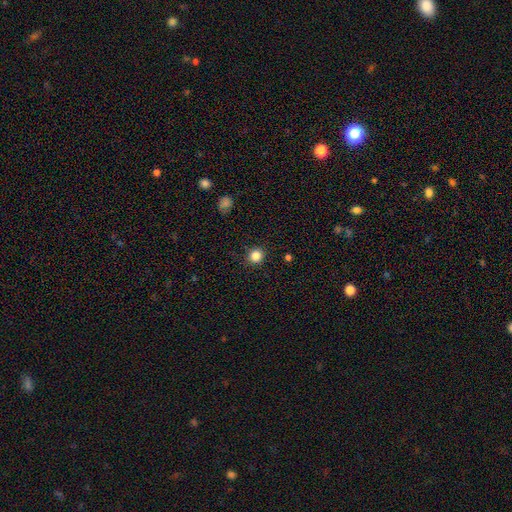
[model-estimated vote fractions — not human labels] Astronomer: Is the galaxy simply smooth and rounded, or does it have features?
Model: smooth — 84%.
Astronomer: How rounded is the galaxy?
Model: round — 89%.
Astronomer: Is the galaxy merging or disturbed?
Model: none — 91%.